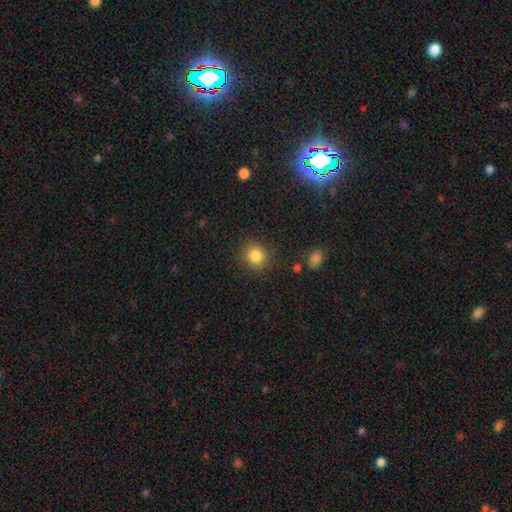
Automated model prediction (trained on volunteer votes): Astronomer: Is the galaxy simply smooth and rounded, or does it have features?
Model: smooth — 84%.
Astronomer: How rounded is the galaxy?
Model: round — 85%.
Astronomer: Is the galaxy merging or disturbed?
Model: none — 87%.